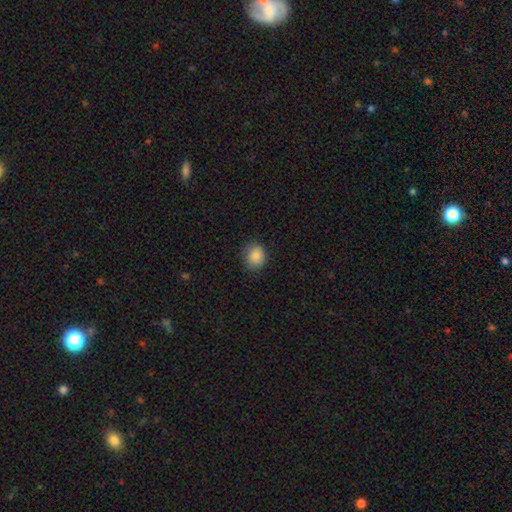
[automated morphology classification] Q: Smooth or featured?
A: smooth (87%); runner-up: star or artifact (9%)
Q: How rounded?
A: round (74%); runner-up: in between (25%)
Q: Merging?
A: none (83%); runner-up: minor disturbance (13%)